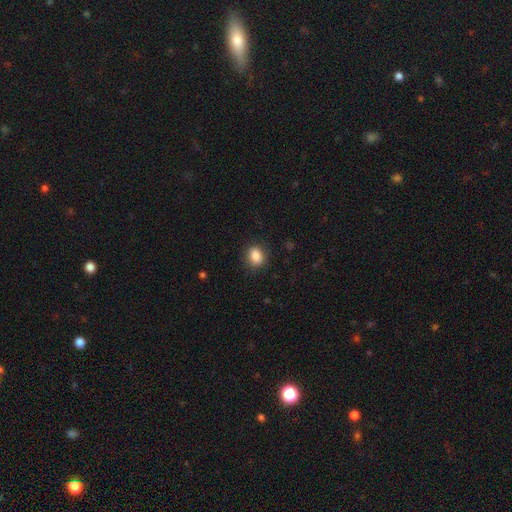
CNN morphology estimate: This appears to be a smooth galaxy with no disk features (87%) that is in between round and cigar-shaped (55%). Merging: none (84%).